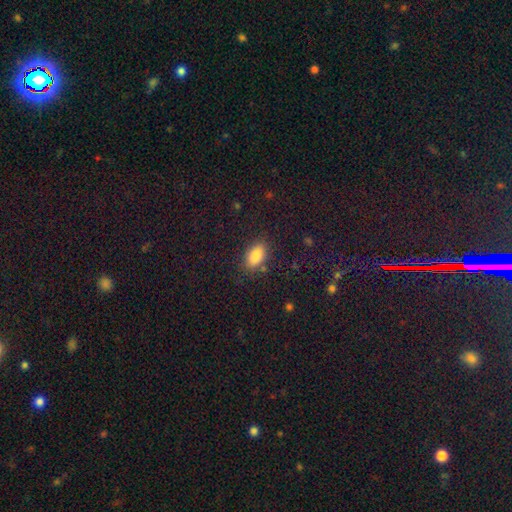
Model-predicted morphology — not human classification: smooth-or-featured: smooth: 84% | star or artifact: 9% | featured or disk: 7%
  how-rounded: in between: 90% | round: 7% | cigar-shaped: 3%
  merging: none: 82% | minor disturbance: 12% | major disturbance: 3% | merger: 2%